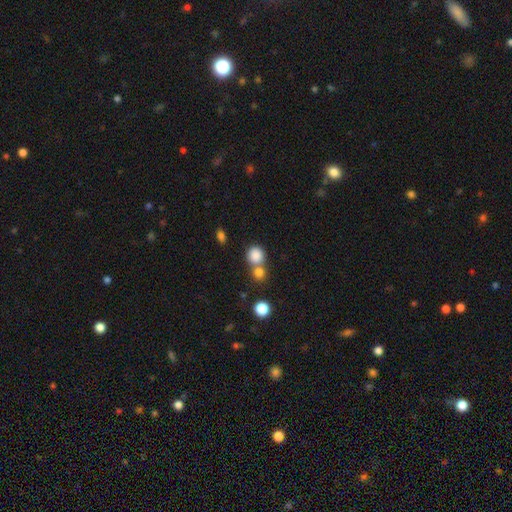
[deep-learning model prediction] A smooth galaxy with no disk features (84%) that is round (86%). Merging: none (50%).